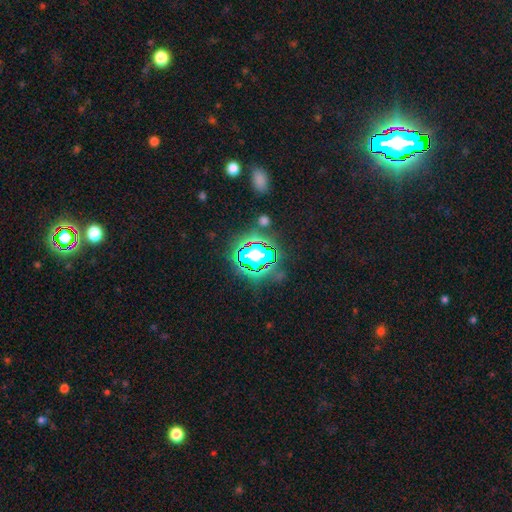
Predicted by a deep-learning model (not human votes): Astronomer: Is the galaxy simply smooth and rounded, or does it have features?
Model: star or artifact — 81%.